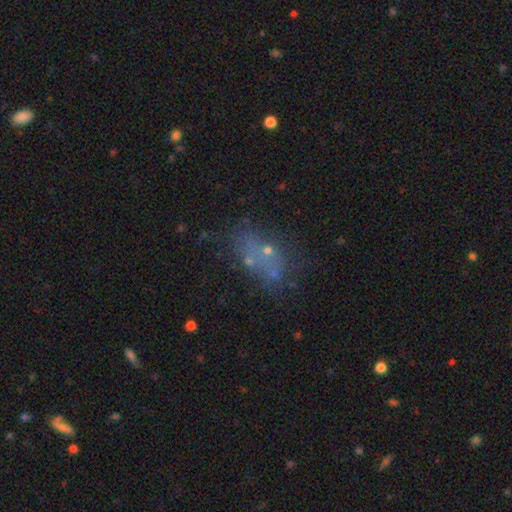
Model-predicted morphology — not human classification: smooth-or-featured: smooth: 41% | featured or disk: 30% | star or artifact: 29%
  merging: none: 48% | merger: 20% | major disturbance: 17% | minor disturbance: 16%